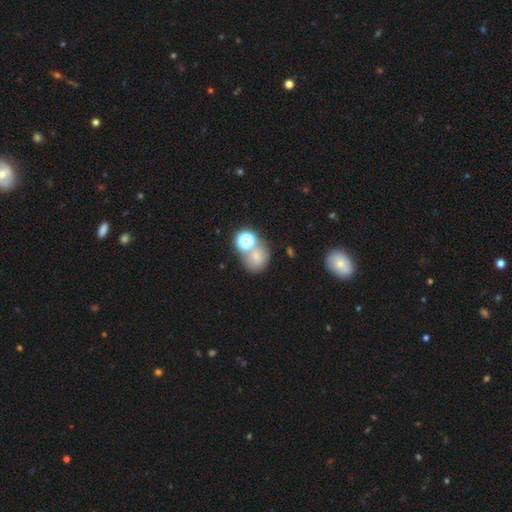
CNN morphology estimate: Overall: smooth (65%). How rounded: round (68%; in between 31%). Merging: none (48%; merger 32%).